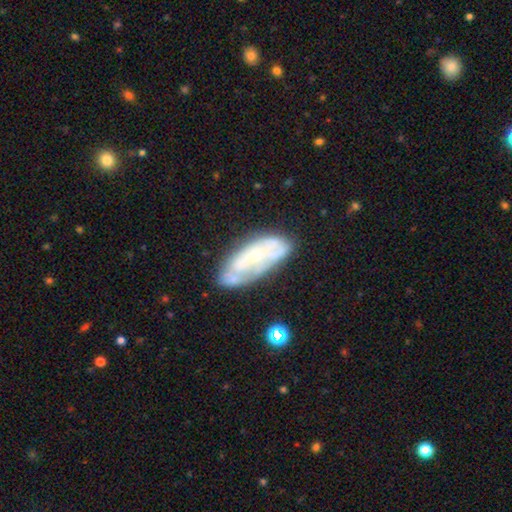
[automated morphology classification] Smooth or featured?
  - featured or disk: 58% *
  - smooth: 34%
  - star or artifact: 8%
Edge-on disk?
  - no: 86% *
  - yes: 14%
Bar?
  - no: 71% *
  - weak: 21%
  - strong: 8%
Spiral arms?
  - no: 57% *
  - yes: 43%
Bulge size?
  - small: 48% *
  - moderate: 26%
  - none: 20%
  - large: 4%
  - dominant: 2%
Merging?
  - none: 60% *
  - minor disturbance: 23%
  - major disturbance: 10%
  - merger: 6%